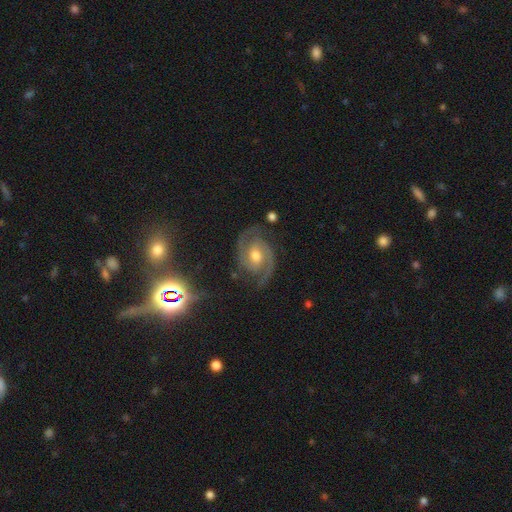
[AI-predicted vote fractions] A featured or disk galaxy (90%) with no bar (51%), 2 (92%) medium (52%) spiral arms (98%) and a moderate central bulge (76%). Merging: none (81%).